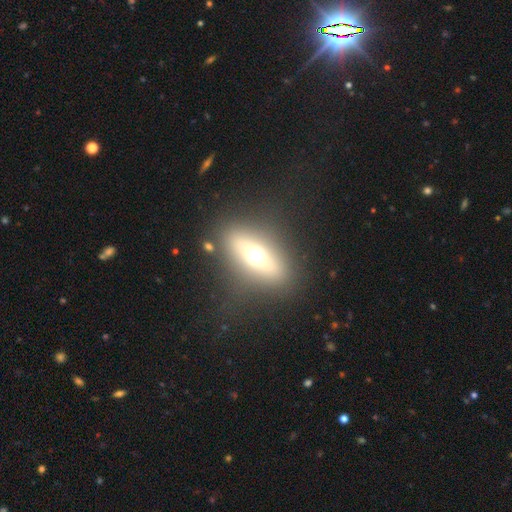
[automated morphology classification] Smooth or featured?
  - smooth: 46% *
  - featured or disk: 42%
  - star or artifact: 12%
Merging?
  - none: 82% *
  - minor disturbance: 10%
  - major disturbance: 6%
  - merger: 3%